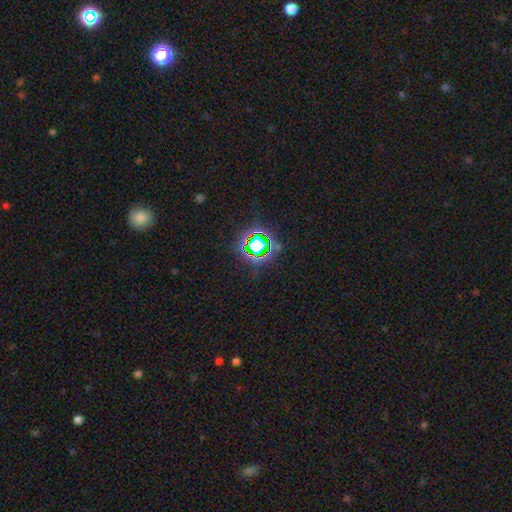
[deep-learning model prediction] This is likely a star or artifact rather than a galaxy (79%).